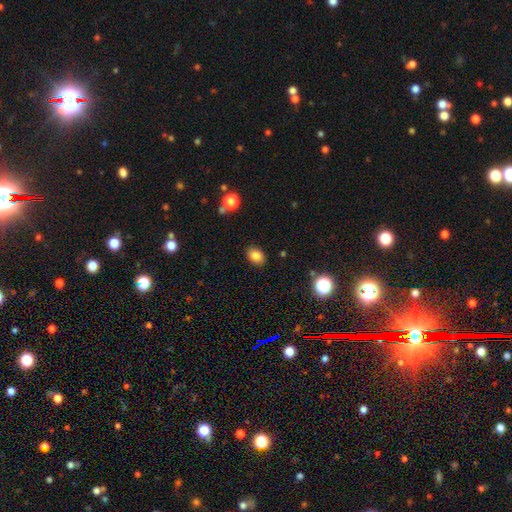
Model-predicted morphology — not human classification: This is clearly a smooth galaxy (84%). How rounded: likely in between (70%). Merging: clearly none (87%).